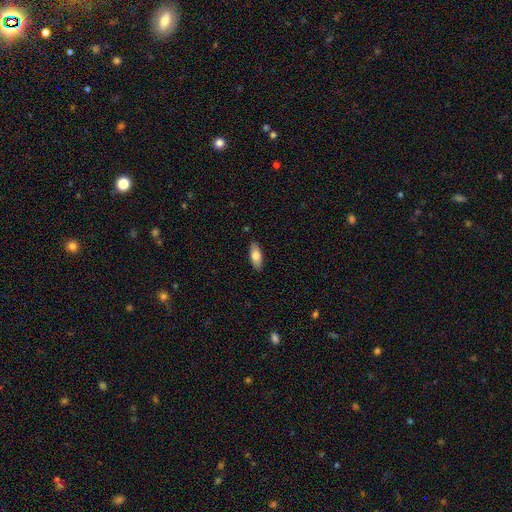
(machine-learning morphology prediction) Q: Smooth or featured?
A: smooth (77%); runner-up: featured or disk (17%)
Q: How rounded?
A: in between (80%); runner-up: cigar-shaped (17%)
Q: Merging?
A: none (87%); runner-up: minor disturbance (10%)